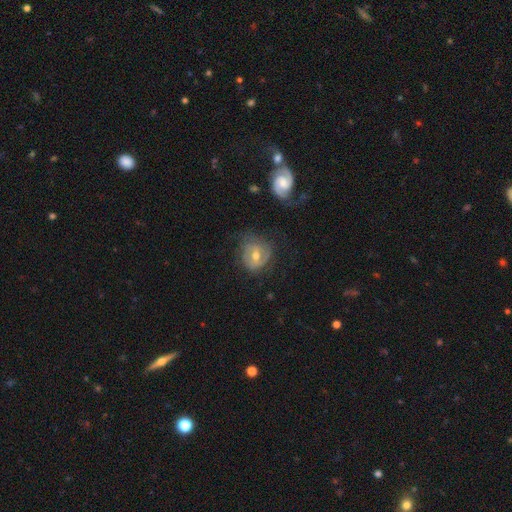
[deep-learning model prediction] This appears to be a featured or disk galaxy (58%) with a weak bar (46%), spiral arms (73%) and a moderate central bulge (69%). Merging: none (55%).